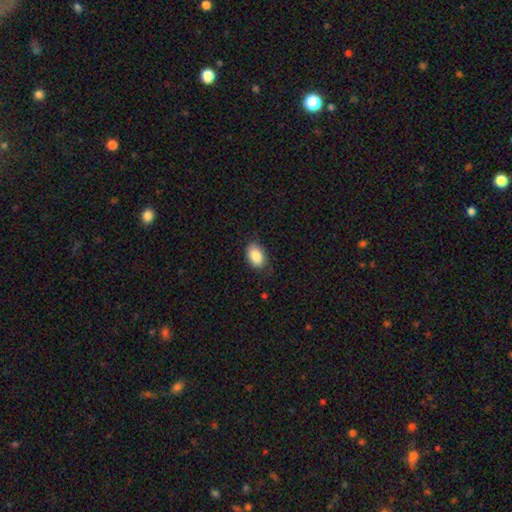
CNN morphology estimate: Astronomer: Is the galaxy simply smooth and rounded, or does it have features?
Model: smooth — 87%.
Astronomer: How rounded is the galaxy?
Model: in between — 87%.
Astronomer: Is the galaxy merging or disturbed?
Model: none — 76%.